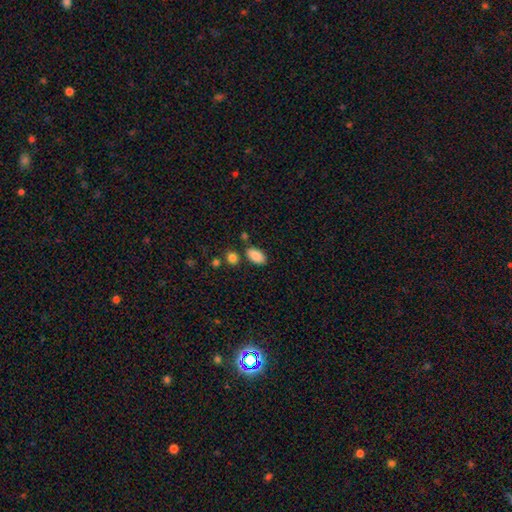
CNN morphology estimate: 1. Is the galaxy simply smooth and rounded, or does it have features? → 88% smooth, 8% star or artifact, 4% featured or disk.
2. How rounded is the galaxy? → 93% in between, 5% round, 2% cigar-shaped.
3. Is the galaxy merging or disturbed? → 77% none, 13% minor disturbance, 7% merger, 3% major disturbance.